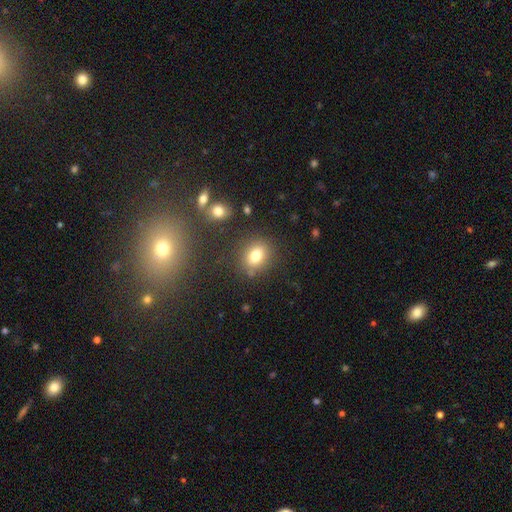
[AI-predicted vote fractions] A smooth galaxy with no disk features (77%) that is in between round and cigar-shaped (51%). Merging: none (79%).